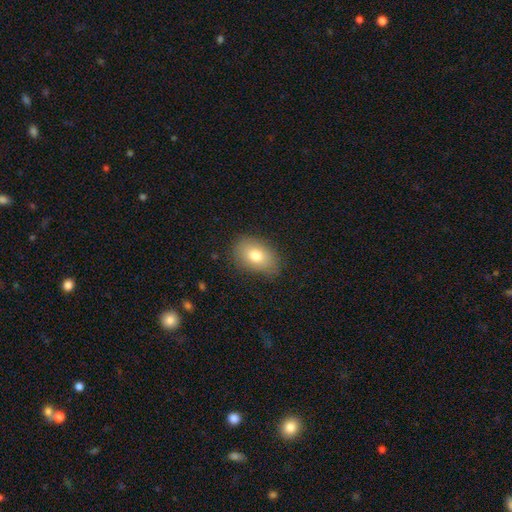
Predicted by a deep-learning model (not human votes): Smooth or featured?
  - smooth: 78% *
  - featured or disk: 14%
  - star or artifact: 9%
How rounded?
  - in between: 83% *
  - round: 15%
  - cigar-shaped: 1%
Merging?
  - none: 78% *
  - minor disturbance: 17%
  - major disturbance: 4%
  - merger: 1%